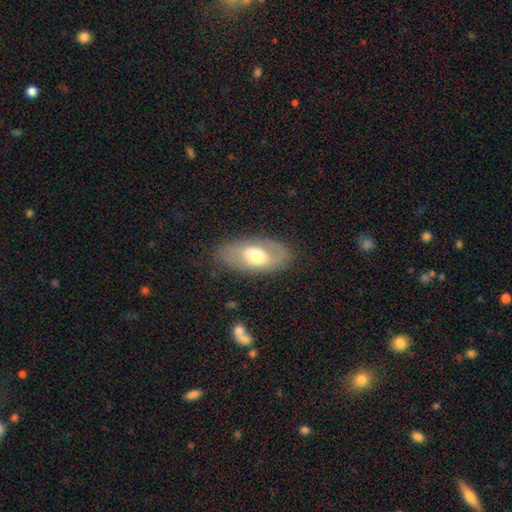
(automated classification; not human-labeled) featured or disk 47%, smooth 46%, star or artifact 7%. Down the decision tree: merging — none (75%).